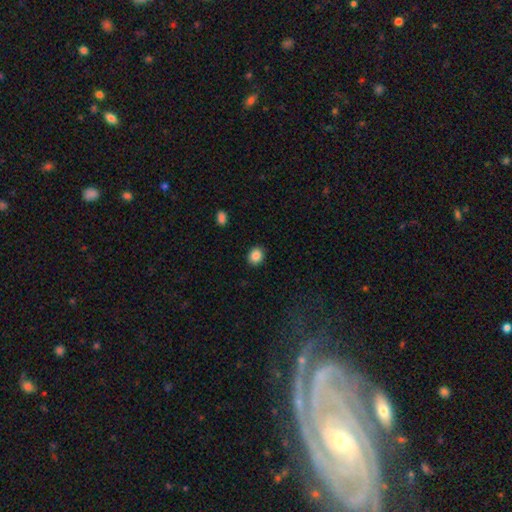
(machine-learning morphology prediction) Overall: smooth (87%). How rounded: round (59%; in between 40%). Merging: none (90%).